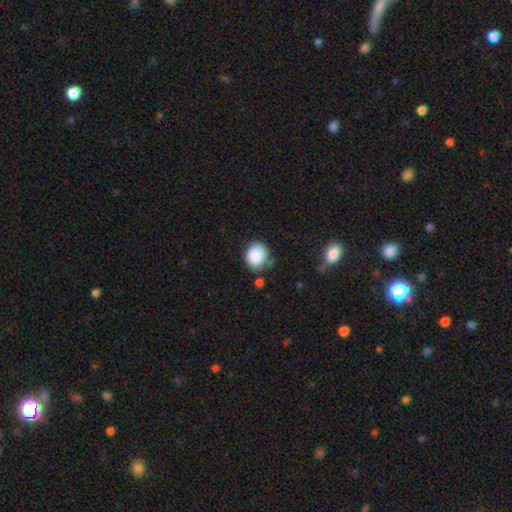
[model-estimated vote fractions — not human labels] This appears to be a smooth galaxy with no disk features (87%) that is round (62%). Merging: none (75%).